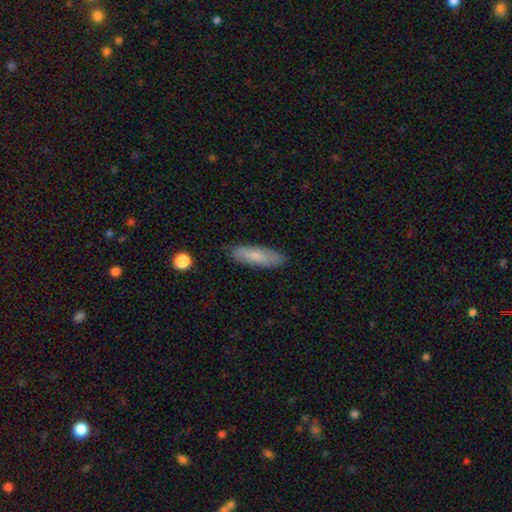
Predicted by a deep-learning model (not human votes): This is likely a smooth galaxy (76%). How rounded: possibly cigar-shaped (57%). Merging: clearly none (85%).